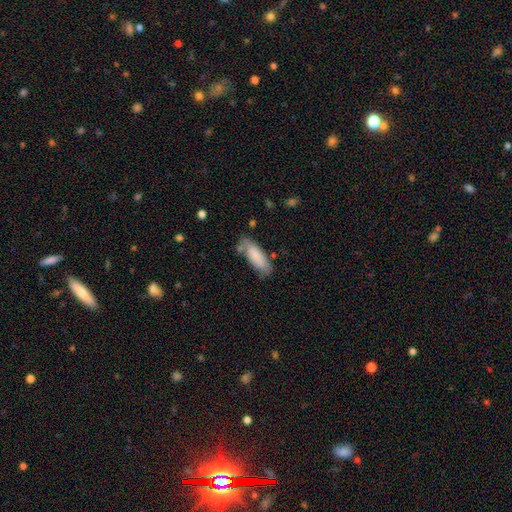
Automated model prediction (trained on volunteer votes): Smooth or featured: smooth — 78% (featured or disk — 16%)
How rounded: in between — 64% (cigar-shaped — 34%)
Merging: none — 62% (minor disturbance — 25%)